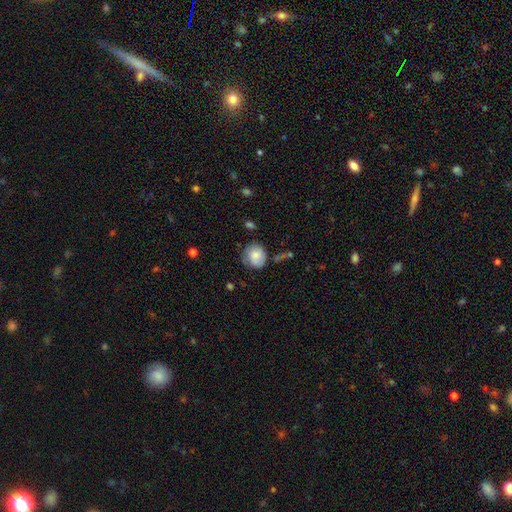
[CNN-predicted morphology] Smooth or featured: smooth — 67% (featured or disk — 25%)
How rounded: round — 78% (in between — 21%)
Merging: none — 61% (minor disturbance — 27%)